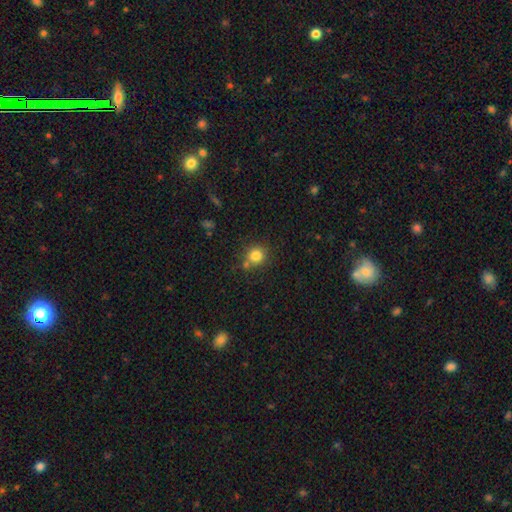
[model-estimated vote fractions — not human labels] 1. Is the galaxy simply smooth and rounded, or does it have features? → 82% smooth, 12% star or artifact, 6% featured or disk.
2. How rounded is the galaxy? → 89% round, 10% in between, 1% cigar-shaped.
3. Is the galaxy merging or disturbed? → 70% none, 15% merger, 11% minor disturbance, 3% major disturbance.